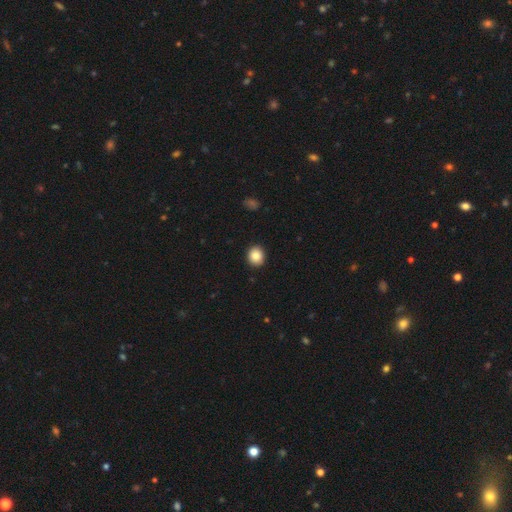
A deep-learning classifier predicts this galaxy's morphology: The model was most divided on "how rounded": round: 80%, in between: 19%, cigar-shaped: 1%. More confident: merging — none (92%); smooth or featured — smooth (85%).